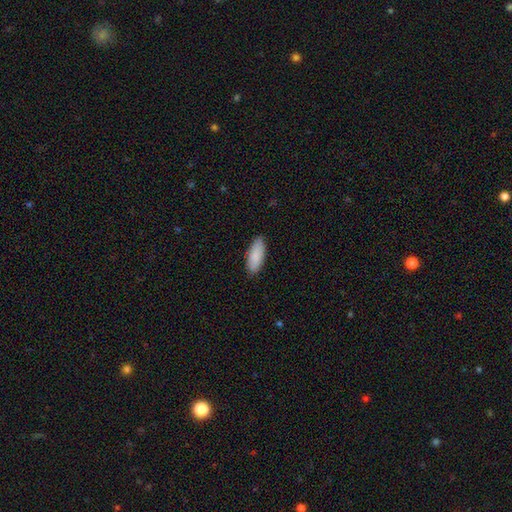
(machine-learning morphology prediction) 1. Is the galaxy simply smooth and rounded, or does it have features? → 88% smooth, 7% featured or disk, 5% star or artifact.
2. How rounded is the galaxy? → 75% in between, 23% cigar-shaped, 2% round.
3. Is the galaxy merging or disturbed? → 86% none, 12% minor disturbance, 2% major disturbance, 1% merger.